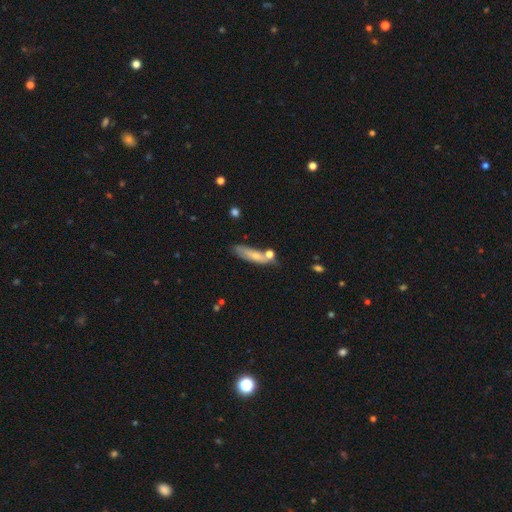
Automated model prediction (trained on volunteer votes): This appears to be a smooth galaxy with no disk features (66%) that is cigar-shaped (65%). Merging: none (53%).